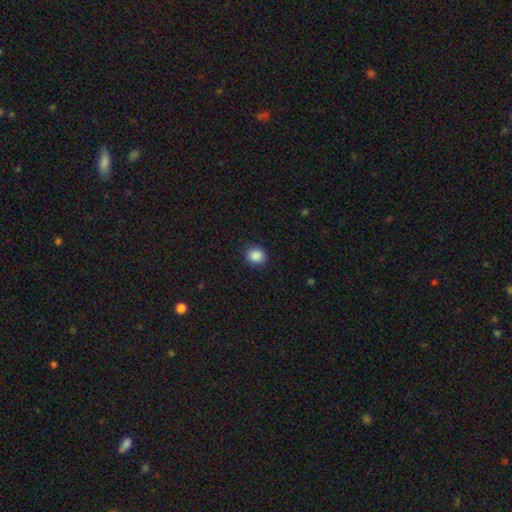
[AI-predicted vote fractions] A smooth galaxy with no disk features (88%) that is round (83%).

Vote fractions:
- Smooth or featured? smooth: 88% / star or artifact: 9% / featured or disk: 3%
- How rounded? round: 83% / in between: 16% / cigar-shaped: 1%
- Merging? none: 89% / minor disturbance: 8% / major disturbance: 2% / merger: 1%